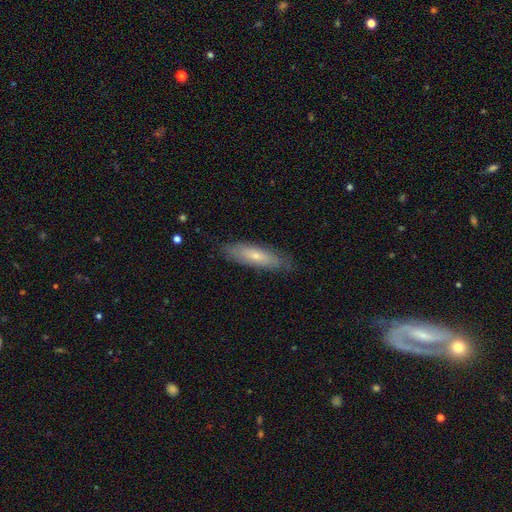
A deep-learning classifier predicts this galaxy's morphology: Smooth or featured? smooth (58%)
How rounded? cigar-shaped (58%)
Merging? none (81%)